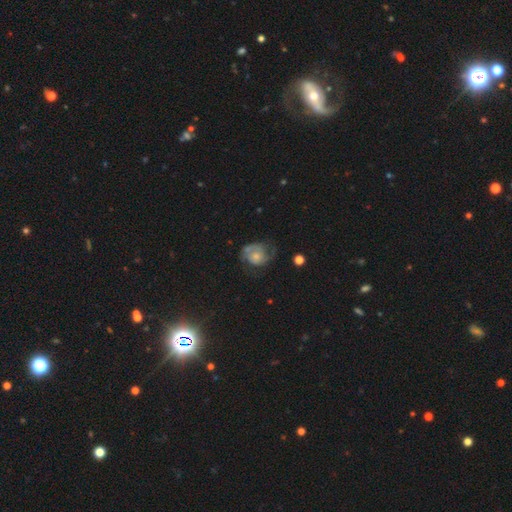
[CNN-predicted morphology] smooth_or_featured: featured or disk (p=0.64) [alt: smooth p=0.28]
disk_edge_on: no (p=0.98) [alt: yes p=0.02]
bar: no (p=0.79) [alt: weak p=0.18]
has_spiral_arms: yes (p=0.83) [alt: no p=0.17]
spiral_winding: tight (p=0.41) [alt: medium p=0.40]
spiral_arm_count: 2 (p=0.62) [alt: can't tell p=0.17]
bulge_size: small (p=0.45) [alt: moderate p=0.39]
merging: none (p=0.52) [alt: minor disturbance p=0.25]